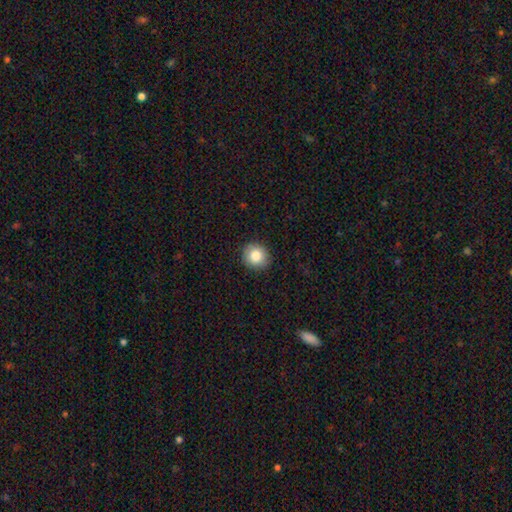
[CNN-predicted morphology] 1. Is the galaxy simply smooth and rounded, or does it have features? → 84% smooth, 9% star or artifact, 7% featured or disk.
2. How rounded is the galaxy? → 89% round, 10% in between, 1% cigar-shaped.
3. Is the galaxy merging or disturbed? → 91% none, 6% minor disturbance, 2% major disturbance, 1% merger.